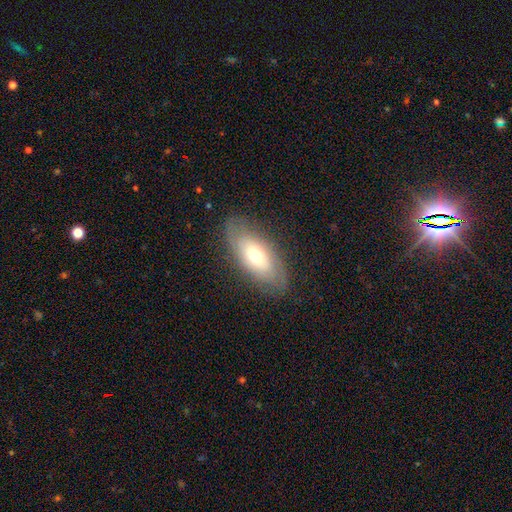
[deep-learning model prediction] Smooth or featured: smooth — 53% (featured or disk — 40%)
How rounded: in between — 85% (cigar-shaped — 12%)
Merging: none — 79% (minor disturbance — 15%)